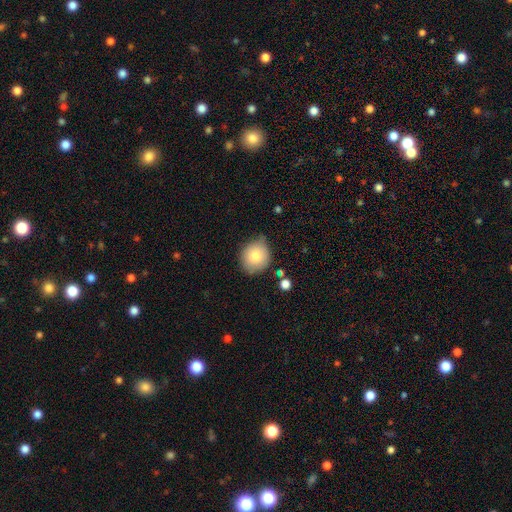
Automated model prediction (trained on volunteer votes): Smooth or featured? smooth (82%)
How rounded? round (80%)
Merging? none (65%)